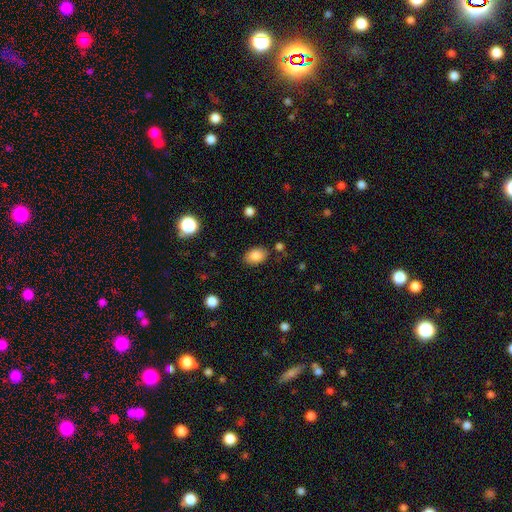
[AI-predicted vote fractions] This is clearly a smooth galaxy (85%). How rounded: clearly in between (83%). Merging: clearly none (82%).